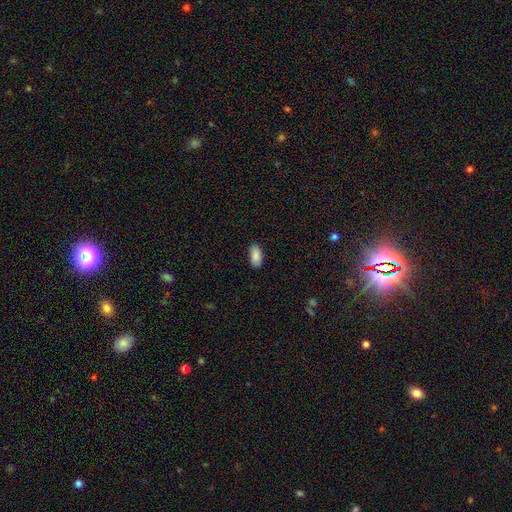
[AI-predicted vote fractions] Smooth or featured: smooth — 89% (star or artifact — 7%)
How rounded: in between — 93% (cigar-shaped — 4%)
Merging: none — 86% (minor disturbance — 11%)